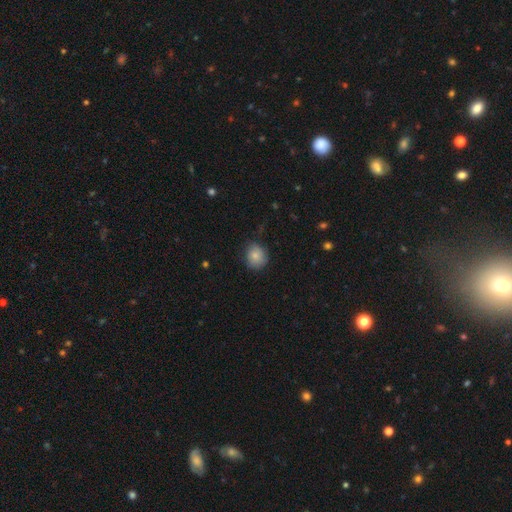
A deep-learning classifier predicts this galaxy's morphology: Overall: smooth (79%). How rounded: round (75%). Merging: none (71%).